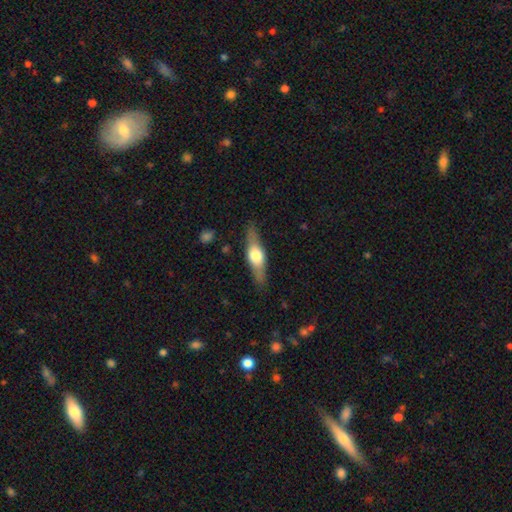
smooth-or-featured: featured or disk: 57% | smooth: 35% | star or artifact: 8%
  disk-edge-on: yes: 96% | no: 4%
    edge-on-bulge: rounded: 86% | boxy: 9% | none: 5%
  merging: none: 84% | major disturbance: 8% | merger: 5% | minor disturbance: 3%